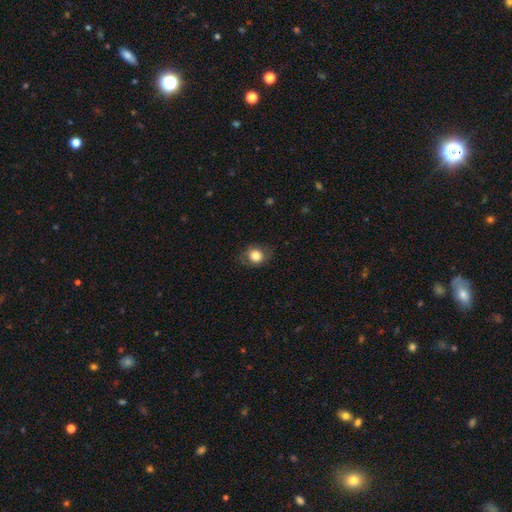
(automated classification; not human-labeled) This appears to be a smooth galaxy with no disk features (80%) that is round (70%). Merging: none (77%).